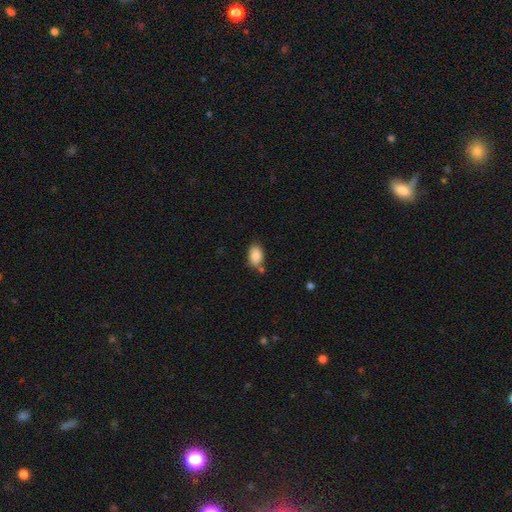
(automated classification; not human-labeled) A smooth galaxy with no disk features (87%) that is in between round and cigar-shaped (90%).

Vote fractions:
- Smooth or featured? smooth: 87% / star or artifact: 7% / featured or disk: 6%
- How rounded? in between: 90% / round: 8% / cigar-shaped: 2%
- Merging? none: 69% / minor disturbance: 17% / merger: 11% / major disturbance: 4%